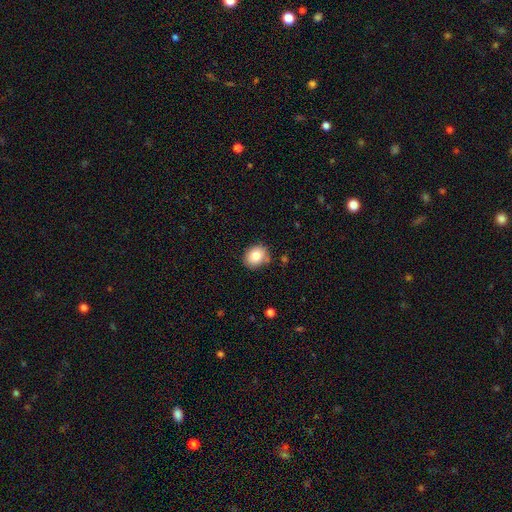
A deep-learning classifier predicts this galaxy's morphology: Q: Smooth or featured?
A: smooth (83%); runner-up: star or artifact (9%)
Q: How rounded?
A: round (56%); runner-up: in between (43%)
Q: Merging?
A: none (77%); runner-up: minor disturbance (16%)